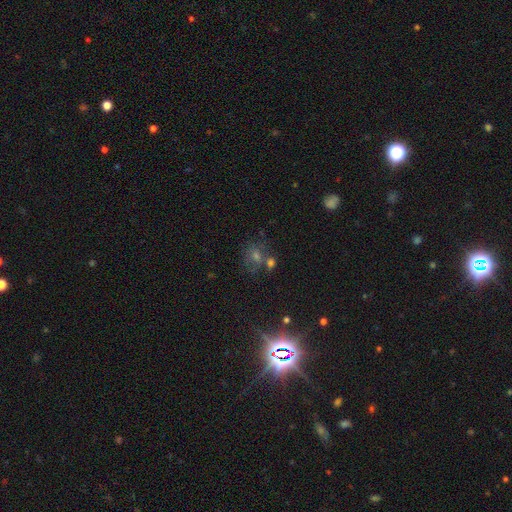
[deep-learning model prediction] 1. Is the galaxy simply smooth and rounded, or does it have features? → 44% star or artifact, 35% smooth, 21% featured or disk.